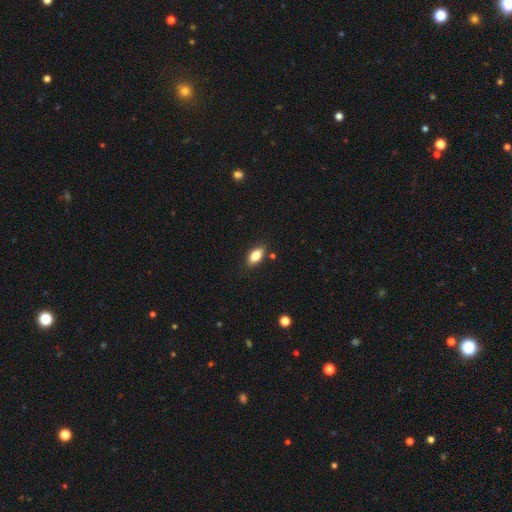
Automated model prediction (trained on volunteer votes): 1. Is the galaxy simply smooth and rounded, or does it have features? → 81% smooth, 11% featured or disk, 8% star or artifact.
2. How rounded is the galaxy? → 89% in between, 7% cigar-shaped, 4% round.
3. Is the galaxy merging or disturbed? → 85% none, 11% minor disturbance, 2% major disturbance, 2% merger.